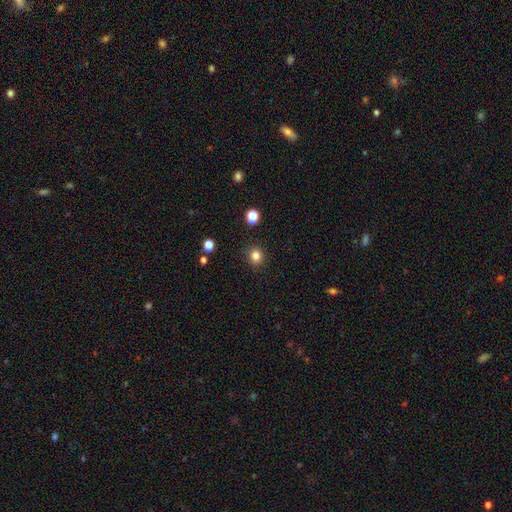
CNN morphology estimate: A smooth galaxy with no disk features (83%) that is round (81%). Merging: none (89%).